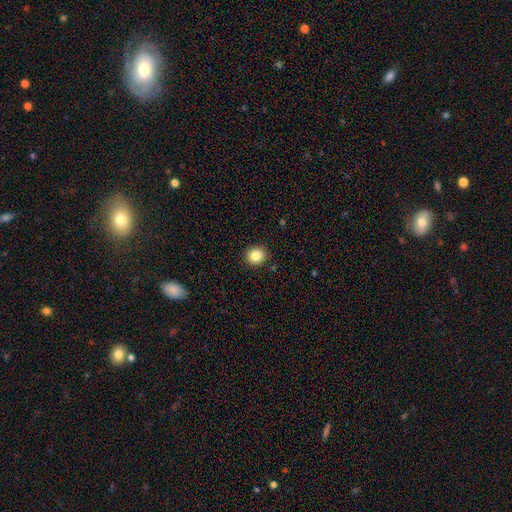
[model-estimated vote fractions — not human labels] smooth 83%, star or artifact 11%, featured or disk 6%. Down the decision tree: how rounded — round (87%); merging — none (91%).